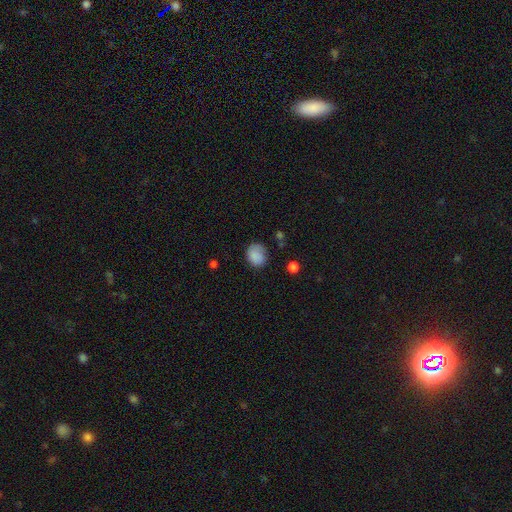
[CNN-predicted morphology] A smooth galaxy with no disk features (84%) that is round (61%). Merging: none (67%).